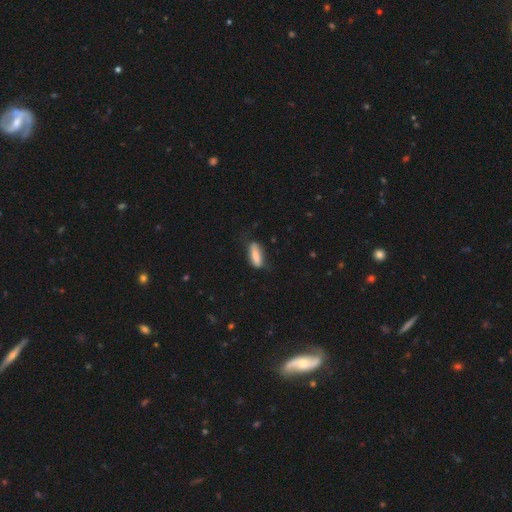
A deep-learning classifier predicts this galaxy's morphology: type=smooth (80%); roundness=in between (57%); merging=none (62%).